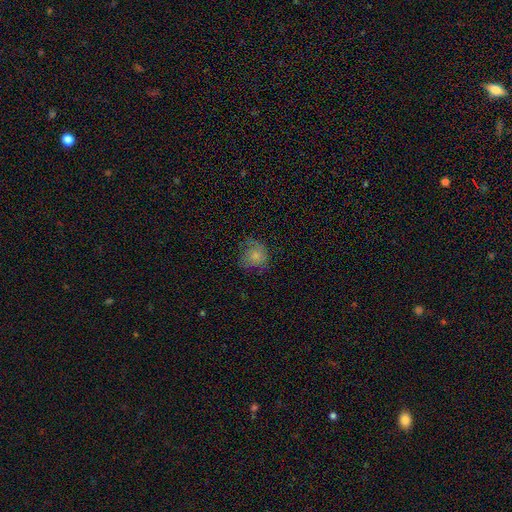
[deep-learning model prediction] smooth 71%, featured or disk 18%, star or artifact 11%. Down the decision tree: how rounded — round (79%); merging — none (60%).